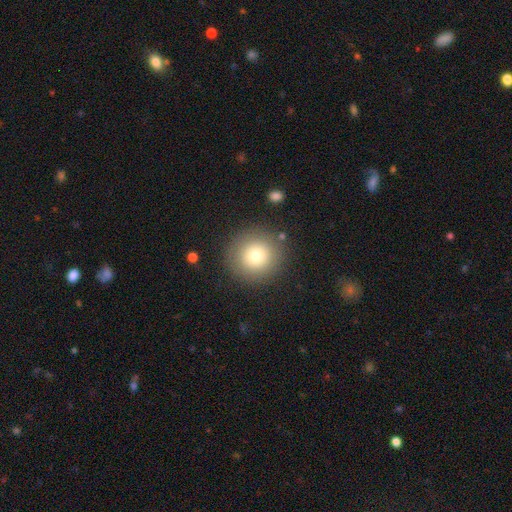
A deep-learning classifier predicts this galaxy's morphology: A smooth galaxy with no disk features (76%) that is round (95%). Merging: none (87%).